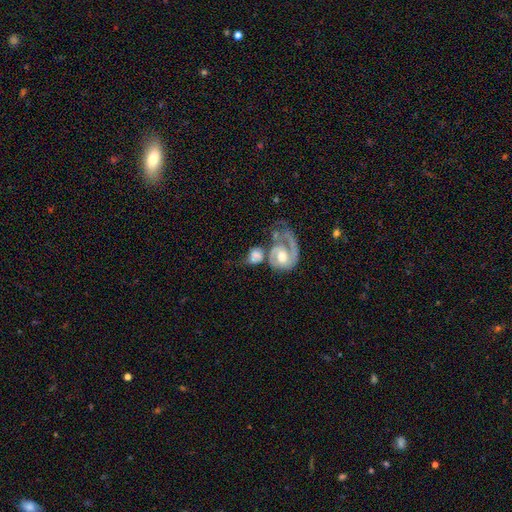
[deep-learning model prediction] Morphology: type=featured or disk (59%); edge-on=no (96%); bar=no (59%); spiral arms=yes (82%); bulge=moderate (60%); merging=merger (51%).